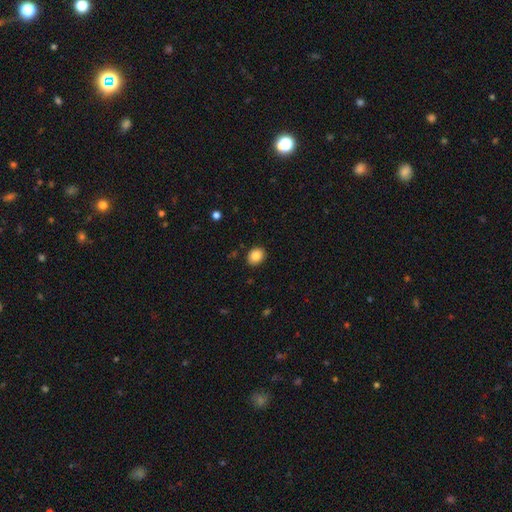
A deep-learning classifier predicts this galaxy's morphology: Smooth or featured? smooth (87%)
How rounded? round (52%)
Merging? none (89%)